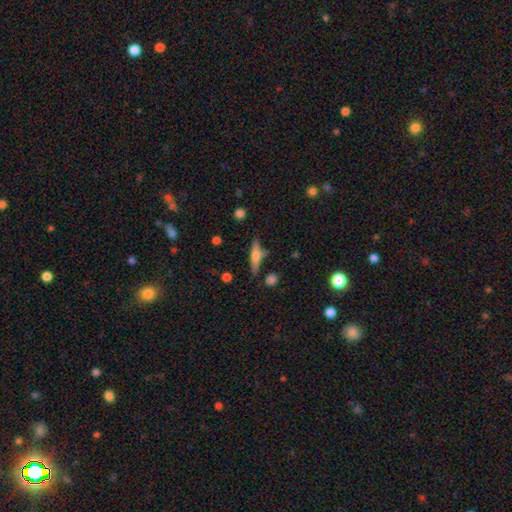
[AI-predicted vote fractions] This is possibly a smooth galaxy (53%). How rounded: likely cigar-shaped (78%). Merging: likely none (75%).